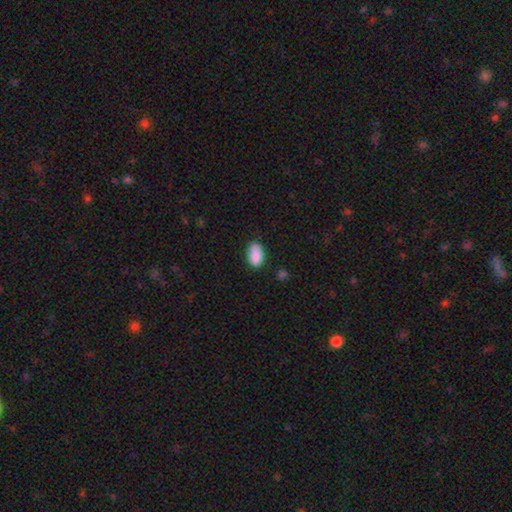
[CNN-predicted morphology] This appears to be a smooth galaxy with no disk features (88%) that is in between round and cigar-shaped (92%). Merging: none (73%).